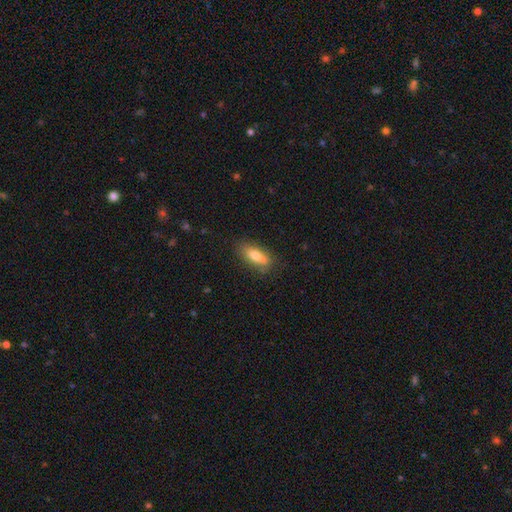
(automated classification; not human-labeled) Smooth or featured? Predicted: smooth (p=0.72). How rounded? Predicted: in between (p=0.75). Merging? Predicted: none (p=0.68).